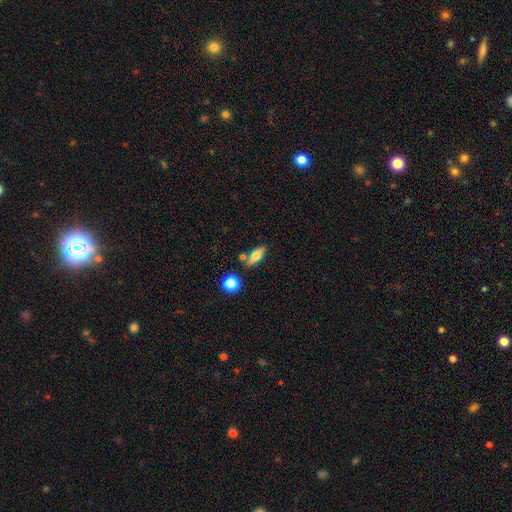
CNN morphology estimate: Smooth or featured: smooth — 62% (featured or disk — 30%)
How rounded: in between — 55% (cigar-shaped — 38%)
Merging: none — 76% (minor disturbance — 12%)